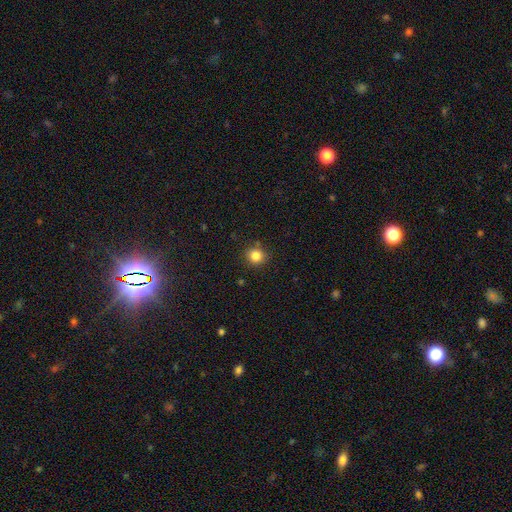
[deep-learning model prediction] Morphology: type=smooth (84%); roundness=round (91%); merging=none (88%).